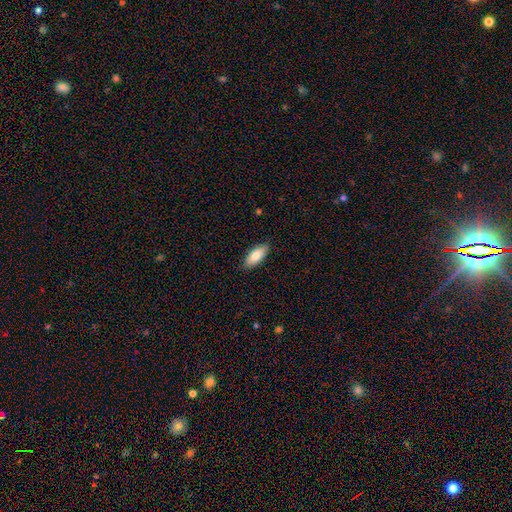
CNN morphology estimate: Overall: smooth (83%). How rounded: in between (80%). Merging: none (88%).